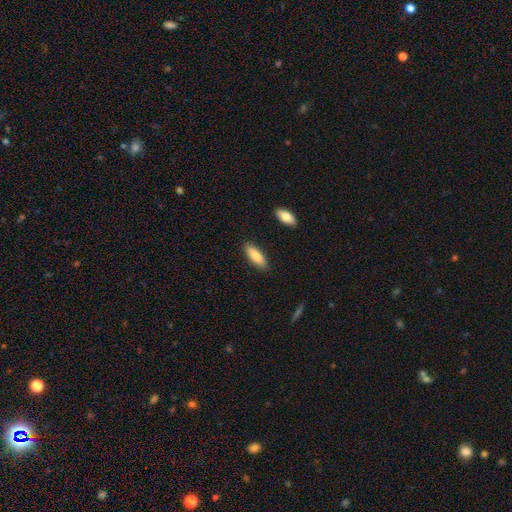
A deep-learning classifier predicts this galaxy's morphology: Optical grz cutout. It shows a smooth galaxy with no disk features (81%) that is in between round and cigar-shaped (58%). Merging: none (87%).